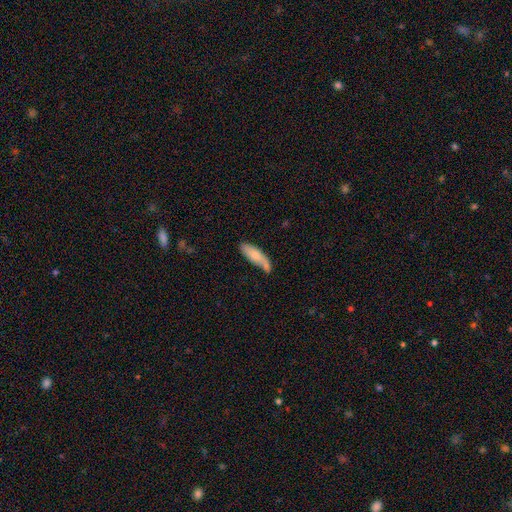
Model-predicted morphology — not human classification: Smooth or featured: smooth — 73% (featured or disk — 21%)
How rounded: in between — 52% (cigar-shaped — 46%)
Merging: none — 52% (minor disturbance — 28%)